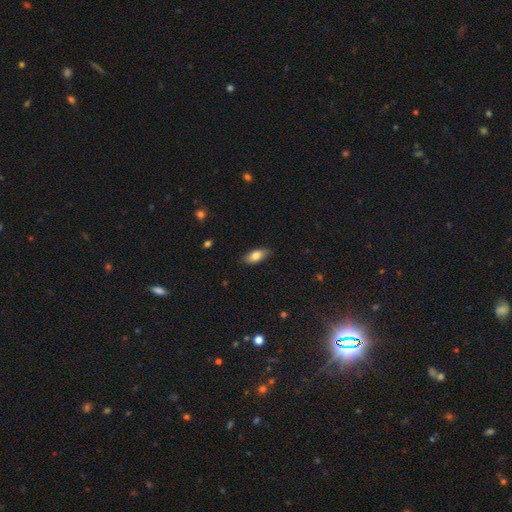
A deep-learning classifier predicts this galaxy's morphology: A smooth galaxy with no disk features (81%) that is in between round and cigar-shaped (86%). Merging: none (82%).